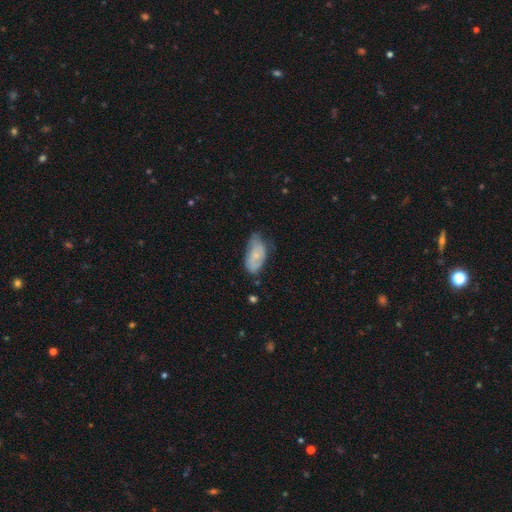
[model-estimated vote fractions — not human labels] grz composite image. It shows a smooth galaxy with no disk features (58%) that is in between round and cigar-shaped (92%). Merging: none (43%).